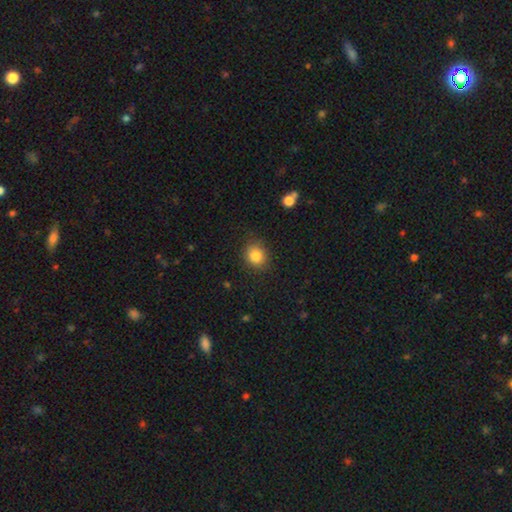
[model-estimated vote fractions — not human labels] Smooth or featured? smooth (83%)
How rounded? round (77%)
Merging? none (87%)